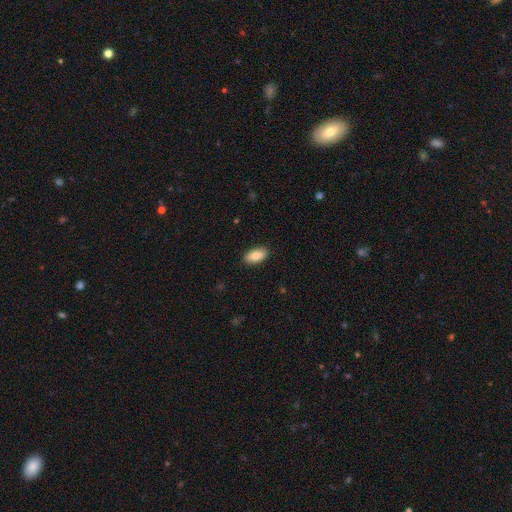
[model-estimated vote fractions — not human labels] Q: Smooth or featured?
A: smooth (85%); runner-up: featured or disk (8%)
Q: How rounded?
A: in between (92%); runner-up: cigar-shaped (6%)
Q: Merging?
A: none (90%); runner-up: minor disturbance (7%)